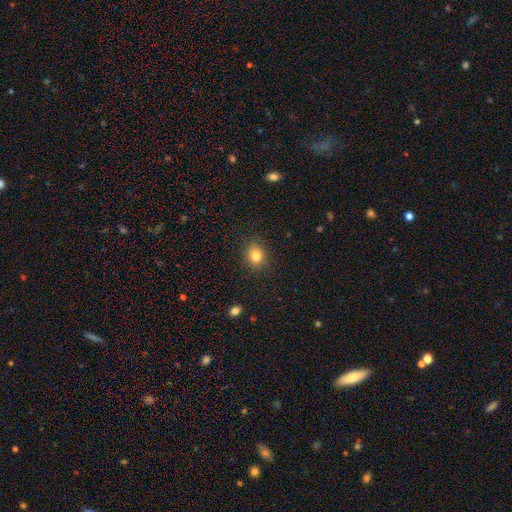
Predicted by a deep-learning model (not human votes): This is clearly a smooth galaxy (82%). How rounded: likely round (60%). Merging: clearly none (87%).